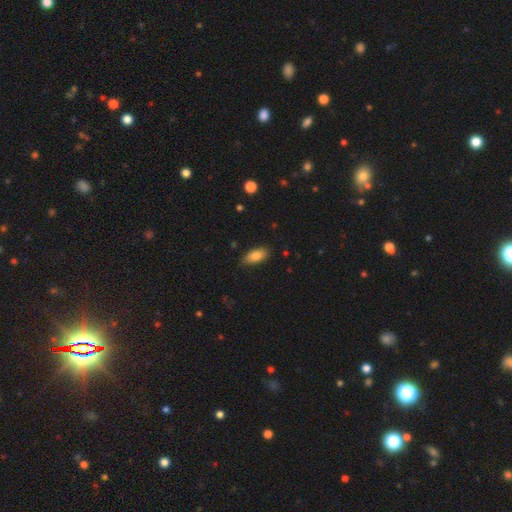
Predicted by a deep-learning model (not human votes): smooth 82%, featured or disk 11%, star or artifact 7%. Down the decision tree: how rounded — in between (86%); merging — none (80%).